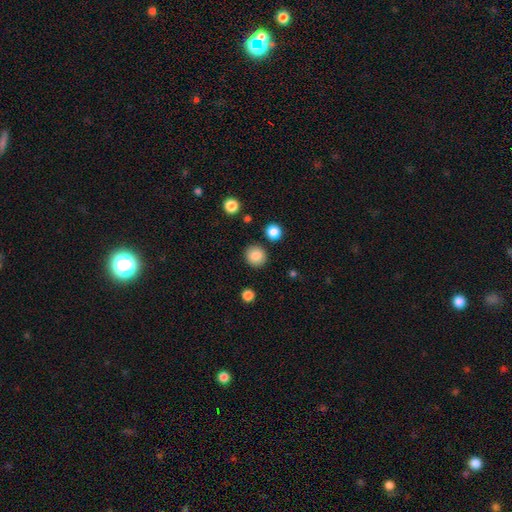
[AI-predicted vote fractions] This appears to be a smooth galaxy with no disk features (85%) that is round (89%). Merging: none (89%).